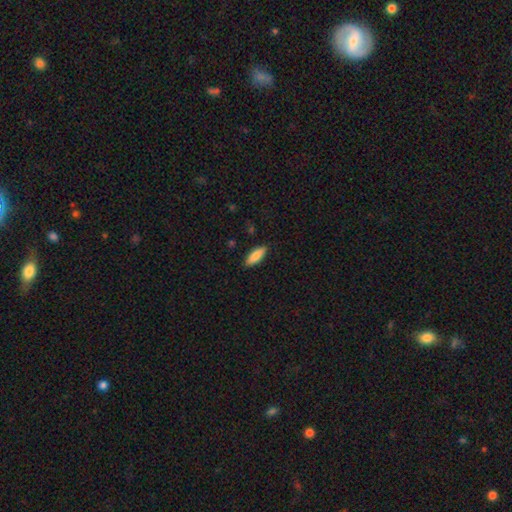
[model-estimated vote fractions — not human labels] This is clearly a smooth galaxy (86%). How rounded: likely in between (64%). Merging: clearly none (88%).